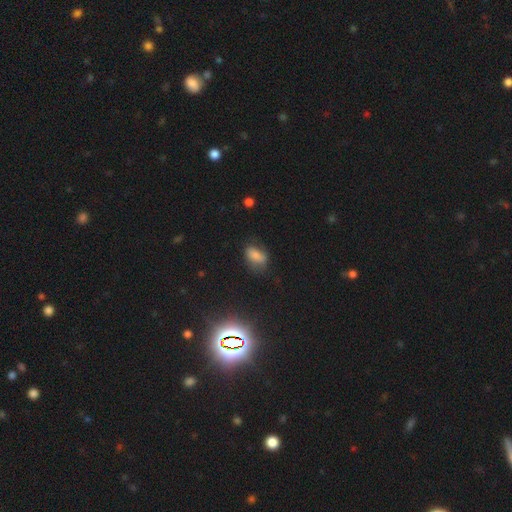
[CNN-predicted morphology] A smooth galaxy with no disk features (74%) that is in between round and cigar-shaped (86%).

Vote fractions:
- Smooth or featured? smooth: 74% / star or artifact: 13% / featured or disk: 13%
- How rounded? in between: 86% / round: 10% / cigar-shaped: 5%
- Merging? none: 60% / minor disturbance: 27% / major disturbance: 11% / merger: 2%